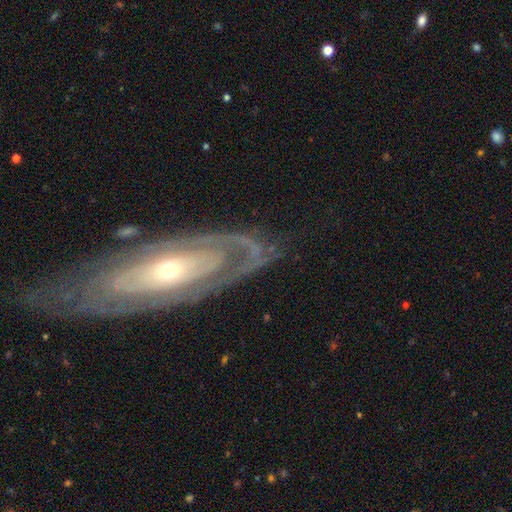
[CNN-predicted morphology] featured or disk 78%, smooth 16%, star or artifact 7%. Down the decision tree: edge-on disk — no (89%); bar — no (76%); spiral arms — yes (68%); bulge size — small (55%); merging — none (65%).